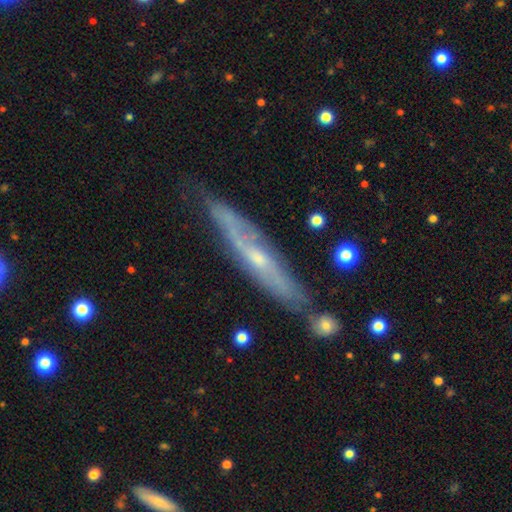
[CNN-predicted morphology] This is likely a featured or disk galaxy (72%). It is likely viewed edge-on (70%). Edge-on bulge: possibly rounded (60%). Merging: likely none (73%).